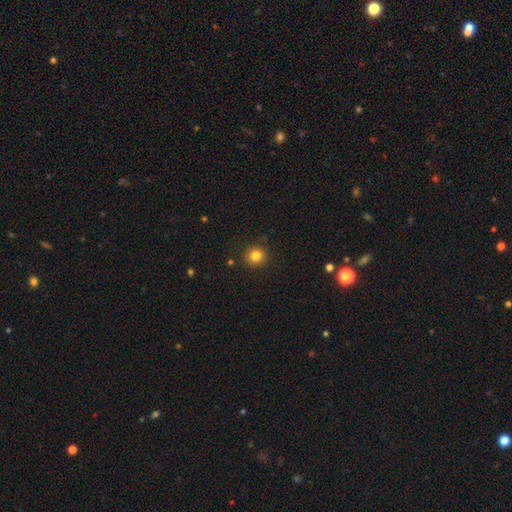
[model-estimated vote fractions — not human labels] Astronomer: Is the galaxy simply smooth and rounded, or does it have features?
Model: smooth — 82%.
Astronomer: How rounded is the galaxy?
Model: round — 91%.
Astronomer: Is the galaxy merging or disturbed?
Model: none — 89%.